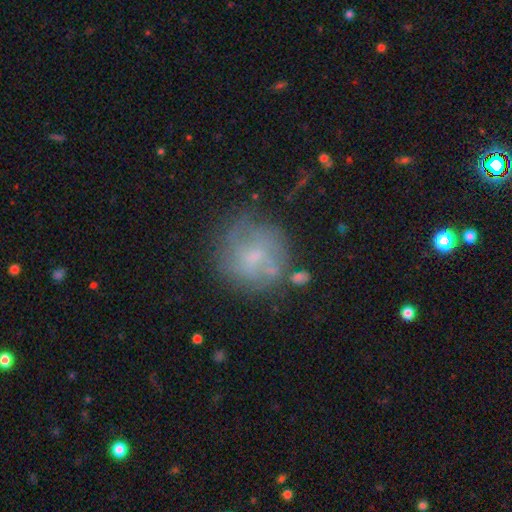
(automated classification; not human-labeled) This appears to be a featured or disk galaxy (46%). Merging: none (57%).